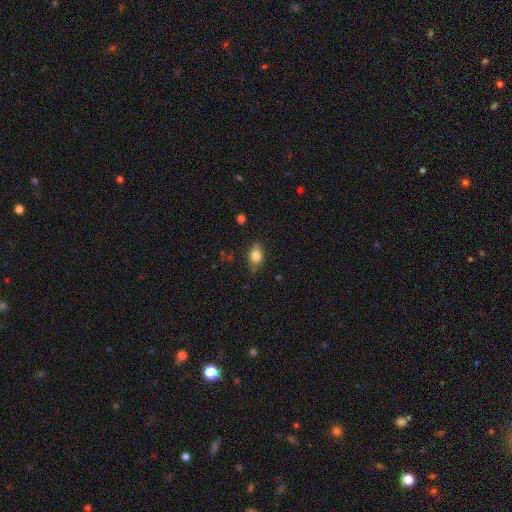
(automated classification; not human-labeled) A smooth galaxy with no disk features (80%) that is in between round and cigar-shaped (64%). Merging: none (74%).